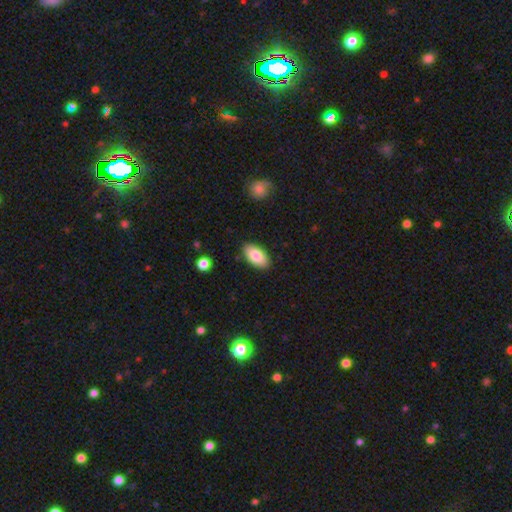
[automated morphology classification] smooth-or-featured: smooth: 83% | featured or disk: 10% | star or artifact: 7%
  how-rounded: in between: 94% | cigar-shaped: 3% | round: 3%
  merging: none: 87% | minor disturbance: 9% | major disturbance: 2% | merger: 1%